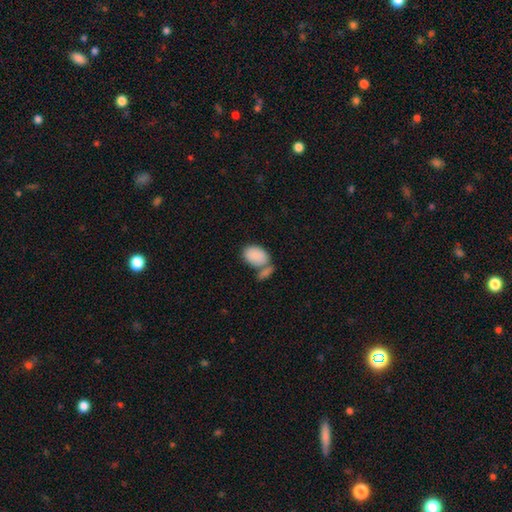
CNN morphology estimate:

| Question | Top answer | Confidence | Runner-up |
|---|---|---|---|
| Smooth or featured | smooth | 86% | featured or disk (7%) |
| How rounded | in between | 88% | round (10%) |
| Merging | none | 42% | merger (37%) |